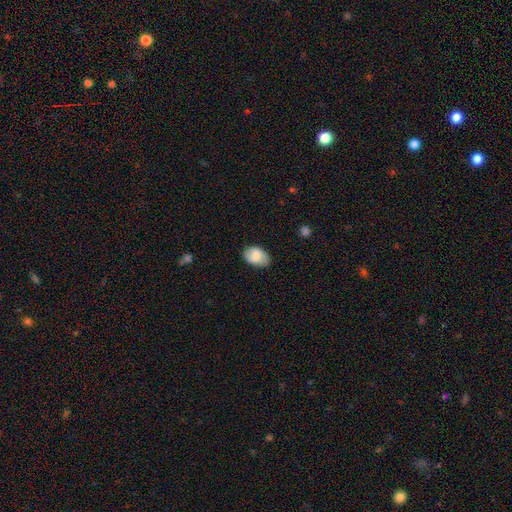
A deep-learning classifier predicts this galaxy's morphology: Smooth or featured? smooth (64%)
How rounded? in between (86%)
Merging? none (75%)